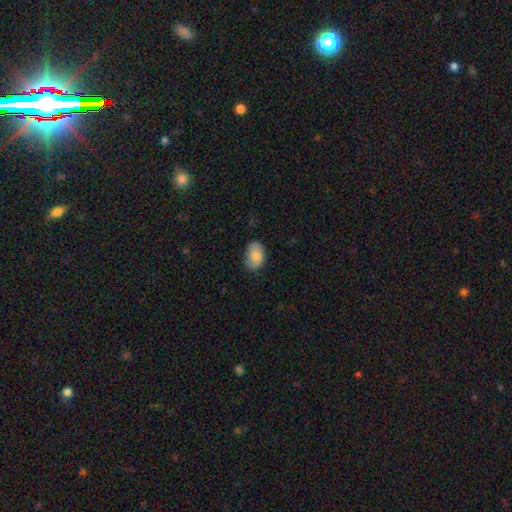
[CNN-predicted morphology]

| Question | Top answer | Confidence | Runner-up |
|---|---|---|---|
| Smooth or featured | smooth | 81% | featured or disk (13%) |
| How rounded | in between | 86% | round (13%) |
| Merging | none | 74% | minor disturbance (21%) |